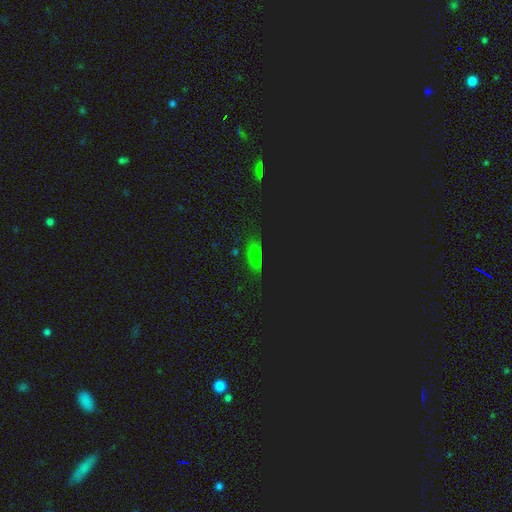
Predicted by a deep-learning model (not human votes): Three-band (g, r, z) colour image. It shows a smooth galaxy with no disk features (50%) that is in between round and cigar-shaped (71%). Merging: none (76%).